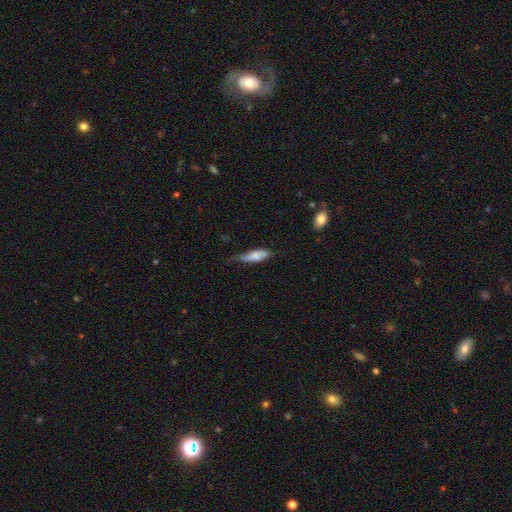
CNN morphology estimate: Smooth or featured? Predicted: smooth (p=0.70). How rounded? Predicted: in between (p=0.51). Merging? Predicted: none (p=0.42).